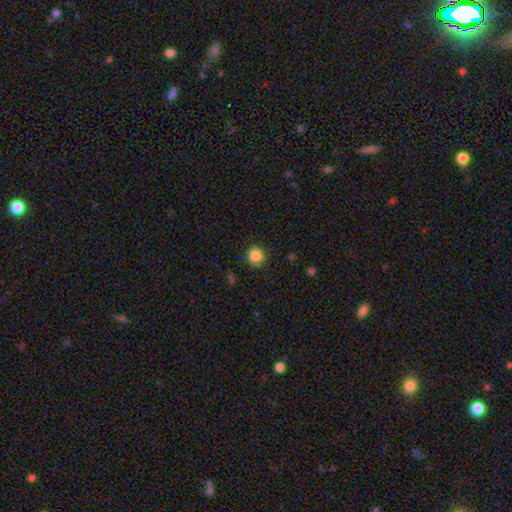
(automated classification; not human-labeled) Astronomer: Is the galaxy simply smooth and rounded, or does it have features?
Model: smooth — 86%.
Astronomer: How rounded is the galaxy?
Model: round — 92%.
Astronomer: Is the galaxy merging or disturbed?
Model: none — 86%.